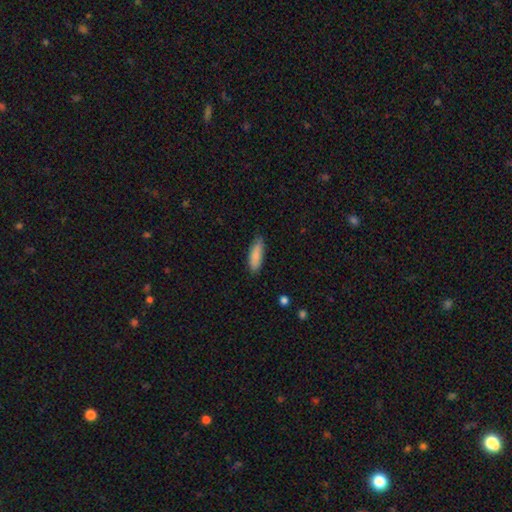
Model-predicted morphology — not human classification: A smooth galaxy with no disk features (87%) that is in between round and cigar-shaped (50%).

Vote fractions:
- Smooth or featured? smooth: 87% / featured or disk: 7% / star or artifact: 6%
- How rounded? in between: 50% / cigar-shaped: 48% / round: 2%
- Merging? none: 79% / minor disturbance: 17% / major disturbance: 3% / merger: 1%